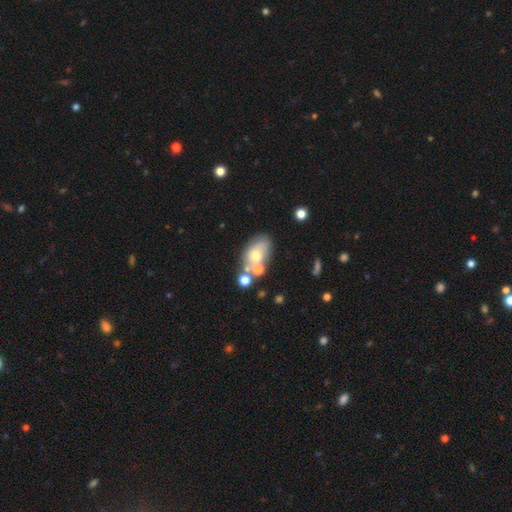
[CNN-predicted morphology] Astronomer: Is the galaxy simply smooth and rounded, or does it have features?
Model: smooth — 54% (runner-up: featured or disk, 34%).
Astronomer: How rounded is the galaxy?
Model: in between — 82%.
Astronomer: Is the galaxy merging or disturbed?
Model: none — 47% (runner-up: merger, 28%).